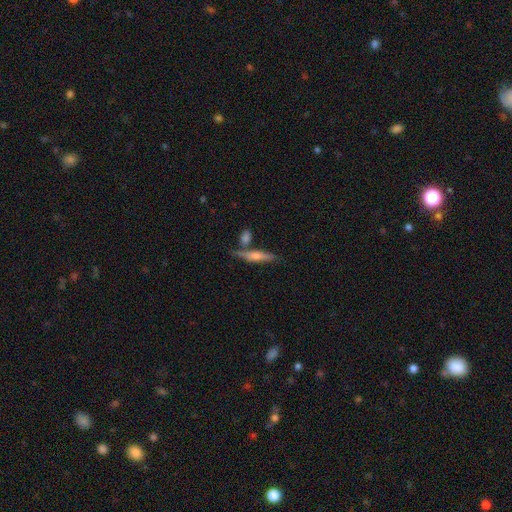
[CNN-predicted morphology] Overall: featured or disk (59%; smooth 33%). Edge-on disk: yes (95%). Edge-on bulge: rounded (79%). Merging: none (72%).